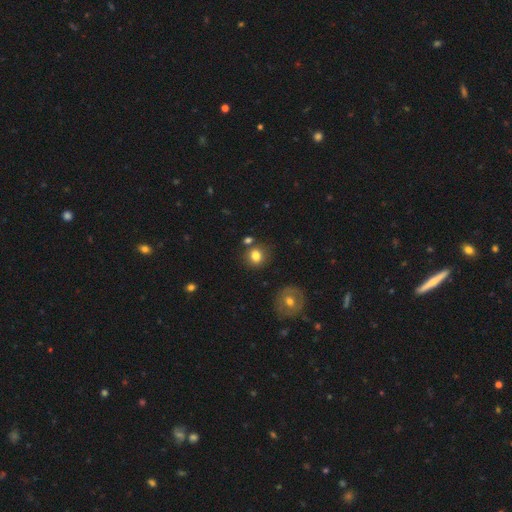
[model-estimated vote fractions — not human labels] smooth 80%, star or artifact 11%, featured or disk 8%. Down the decision tree: how rounded — round (83%); merging — none (77%).